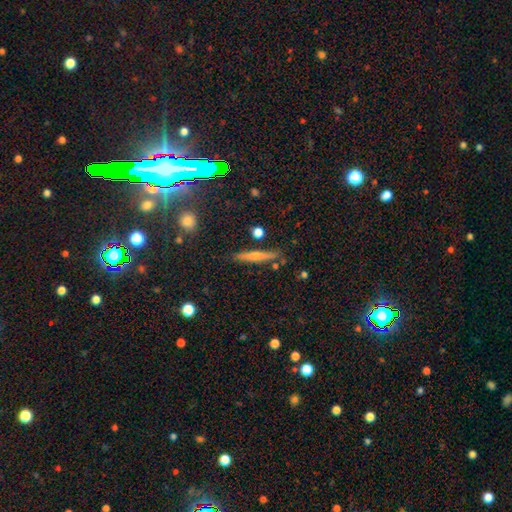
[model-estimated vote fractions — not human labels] smooth_or_featured: smooth (p=0.44) [tied with: featured or disk p=0.44]
merging: none (p=0.86) [alt: minor disturbance p=0.09]